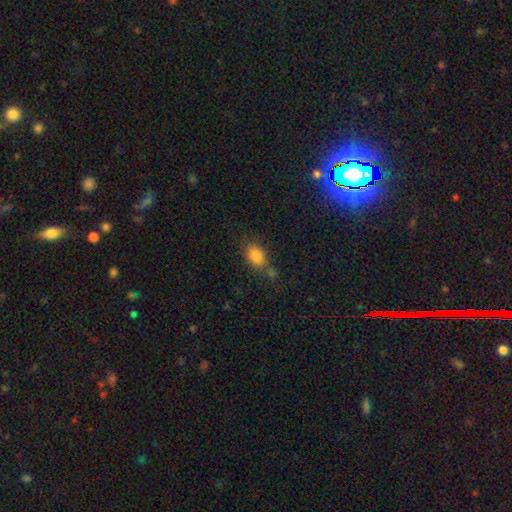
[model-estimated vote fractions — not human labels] Smooth or featured? Predicted: smooth (p=0.84). How rounded? Predicted: in between (p=0.80). Merging? Predicted: none (p=0.54).